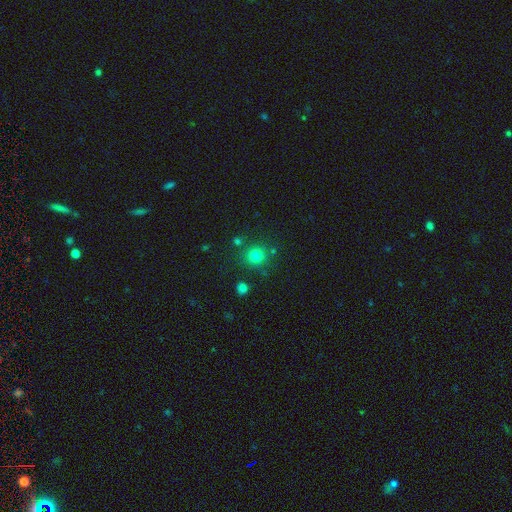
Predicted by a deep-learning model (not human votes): The model was most divided on "smooth or featured": smooth: 78%, star or artifact: 15%, featured or disk: 6%. More confident: how rounded — round (91%); merging — none (81%).